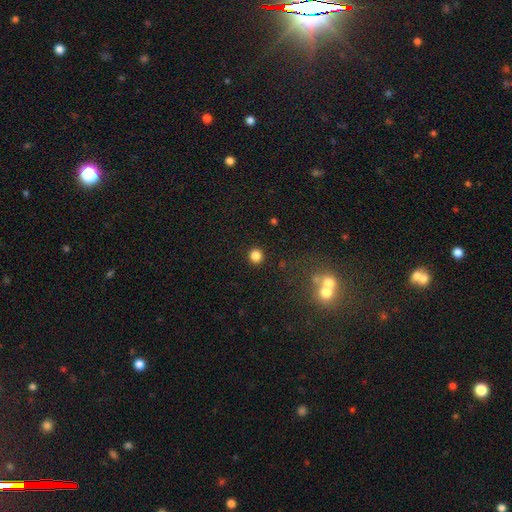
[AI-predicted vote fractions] Smooth or featured? Predicted: smooth (p=0.83). How rounded? Predicted: round (p=0.92). Merging? Predicted: none (p=0.91).